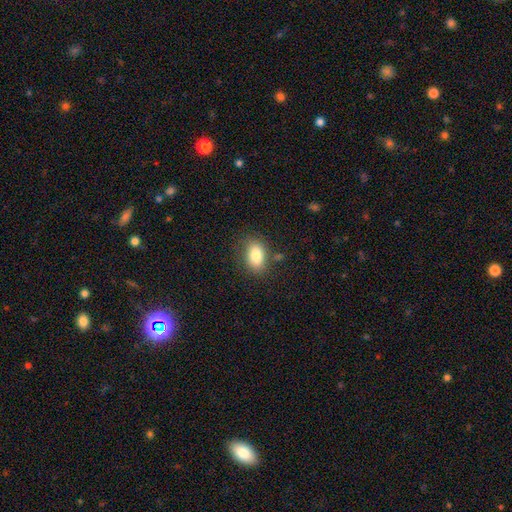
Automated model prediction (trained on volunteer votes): Smooth or featured? smooth (82%)
How rounded? in between (84%)
Merging? none (77%)